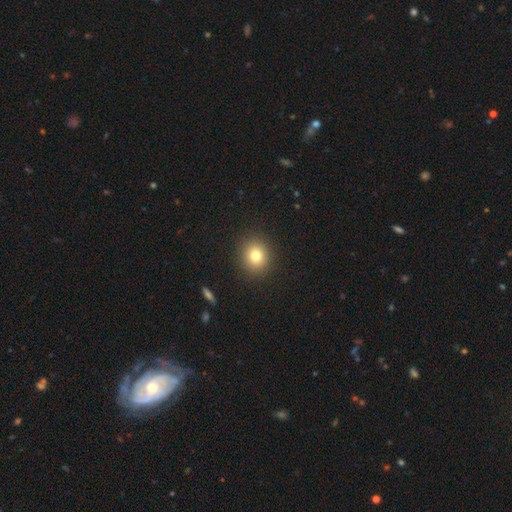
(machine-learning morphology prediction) smooth_or_featured: smooth (p=0.79) [alt: star or artifact p=0.12]
how_rounded: round (p=0.82) [alt: in between p=0.17]
merging: none (p=0.90) [alt: minor disturbance p=0.06]